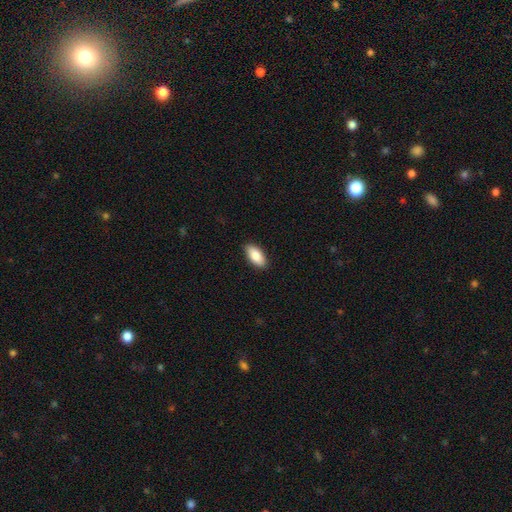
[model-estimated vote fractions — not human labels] smooth-or-featured: smooth: 87% | featured or disk: 7% | star or artifact: 6%
  how-rounded: in between: 90% | cigar-shaped: 7% | round: 2%
  merging: none: 88% | minor disturbance: 9% | major disturbance: 2% | merger: 1%